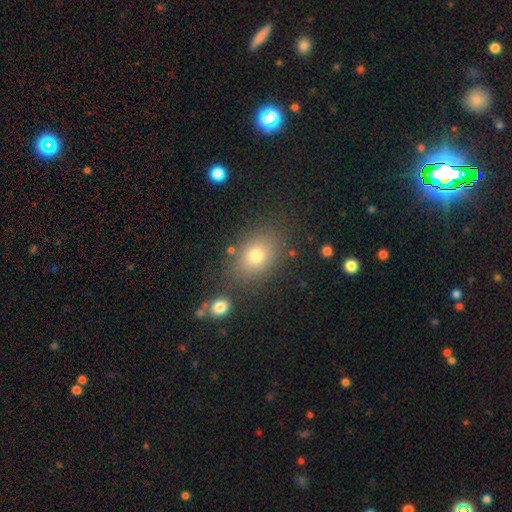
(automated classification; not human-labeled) smooth_or_featured: smooth (p=0.76) [alt: star or artifact p=0.13]
how_rounded: in between (p=0.68) [alt: round p=0.31]
merging: none (p=0.77) [alt: minor disturbance p=0.12]